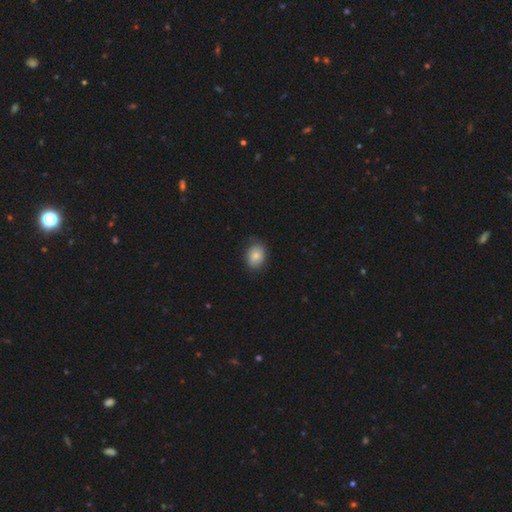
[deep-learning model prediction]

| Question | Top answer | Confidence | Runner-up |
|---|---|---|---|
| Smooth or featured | smooth | 82% | featured or disk (10%) |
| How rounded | in between | 56% | round (43%) |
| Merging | none | 81% | minor disturbance (15%) |